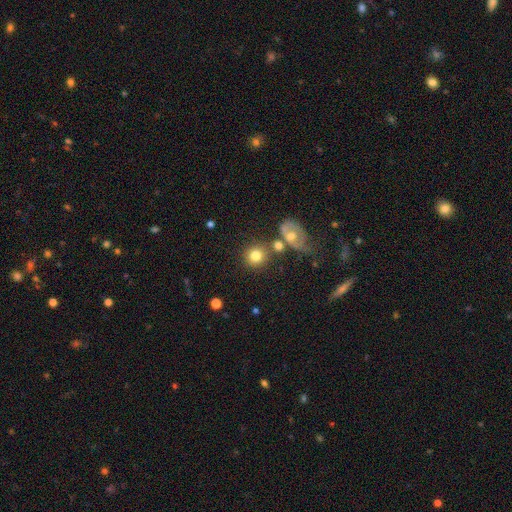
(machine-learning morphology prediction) smooth_or_featured: smooth (p=0.77) [alt: featured or disk p=0.13]
how_rounded: round (p=0.84) [alt: in between p=0.15]
merging: none (p=0.66) [alt: merger p=0.17]